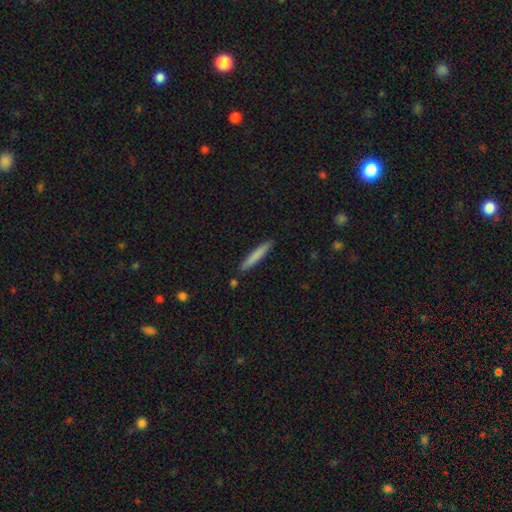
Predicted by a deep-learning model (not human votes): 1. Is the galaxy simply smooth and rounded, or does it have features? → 77% smooth, 17% featured or disk, 5% star or artifact.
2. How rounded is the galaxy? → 95% cigar-shaped, 4% in between, 1% round.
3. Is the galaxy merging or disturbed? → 89% none, 8% minor disturbance, 2% merger, 2% major disturbance.